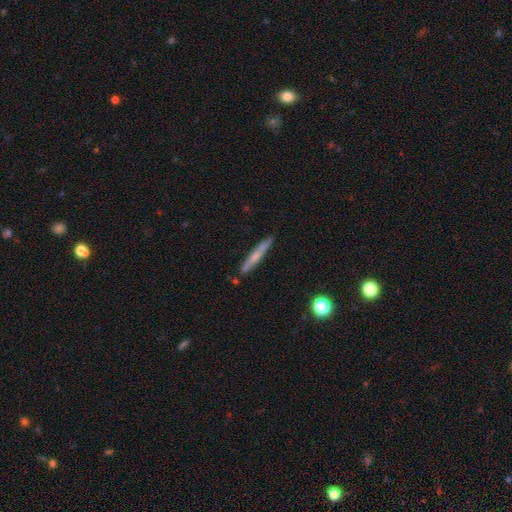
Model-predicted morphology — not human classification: Smooth or featured? smooth (48%)
Merging? none (85%)